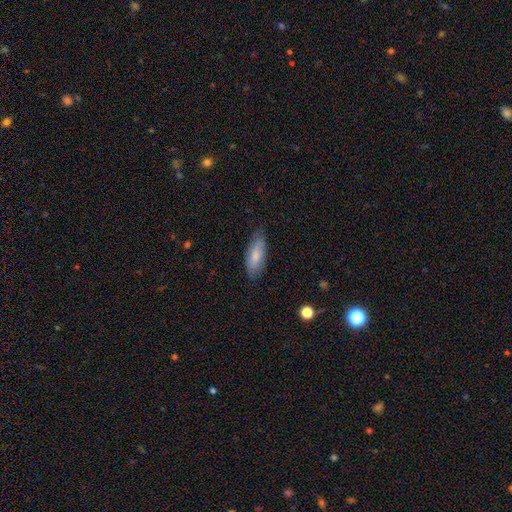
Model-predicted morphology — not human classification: This is likely a smooth galaxy (76%). How rounded: likely in between (71%). Merging: likely none (76%).